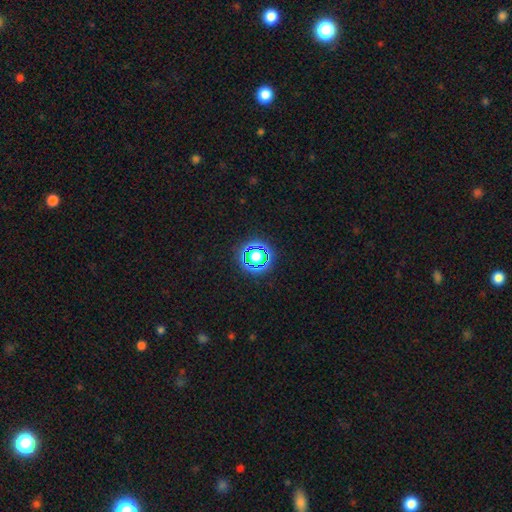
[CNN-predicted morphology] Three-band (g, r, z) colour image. It shows a star or artifact, not a galaxy (49%).